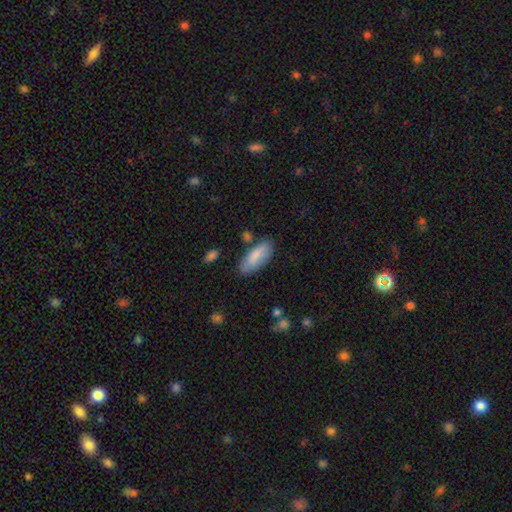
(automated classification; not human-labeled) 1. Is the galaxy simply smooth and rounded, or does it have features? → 82% smooth, 12% featured or disk, 6% star or artifact.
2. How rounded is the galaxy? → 77% in between, 21% cigar-shaped, 2% round.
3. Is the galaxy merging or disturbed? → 77% none, 16% minor disturbance, 4% merger, 3% major disturbance.